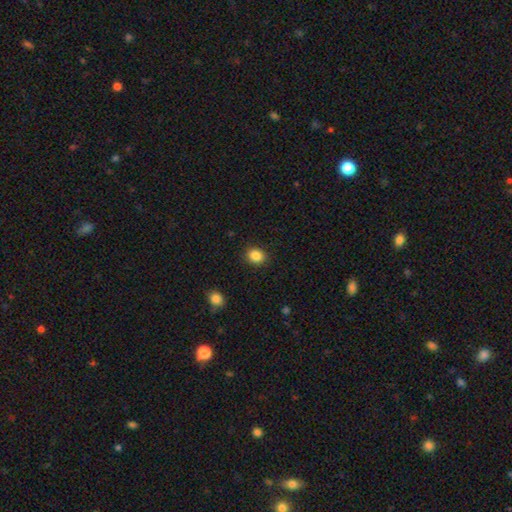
Morphology: type=smooth (92%); roundness=round (69%); merging=none (72%).